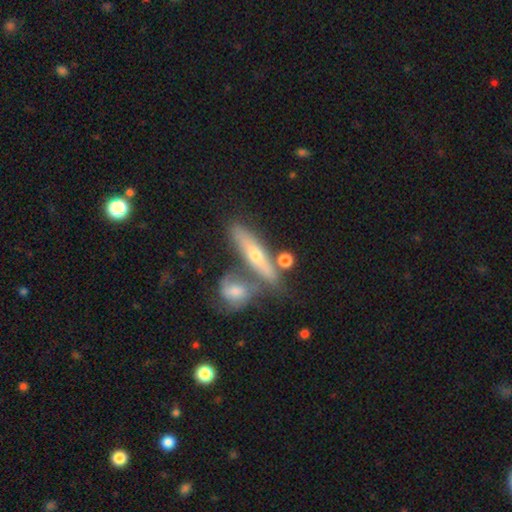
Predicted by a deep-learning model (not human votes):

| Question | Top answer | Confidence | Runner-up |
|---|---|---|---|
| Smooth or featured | featured or disk | 51% | smooth (42%) |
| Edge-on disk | yes | 73% | no (27%) |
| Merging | none | 55% | merger (27%) |